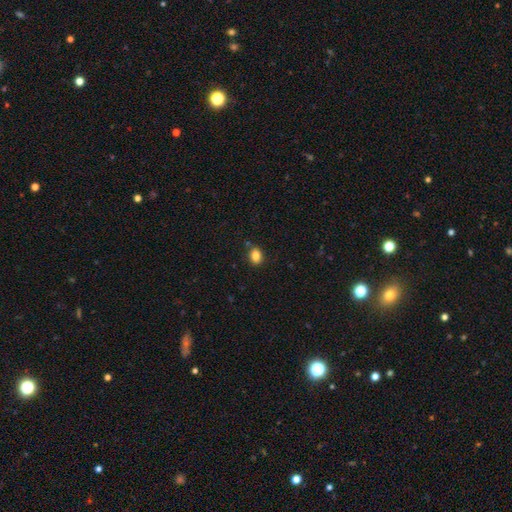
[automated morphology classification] A smooth galaxy with no disk features (85%) that is in between round and cigar-shaped (65%).

Vote fractions:
- Smooth or featured? smooth: 85% / star or artifact: 10% / featured or disk: 5%
- How rounded? in between: 65% / round: 34% / cigar-shaped: 1%
- Merging? none: 84% / minor disturbance: 10% / merger: 4% / major disturbance: 2%